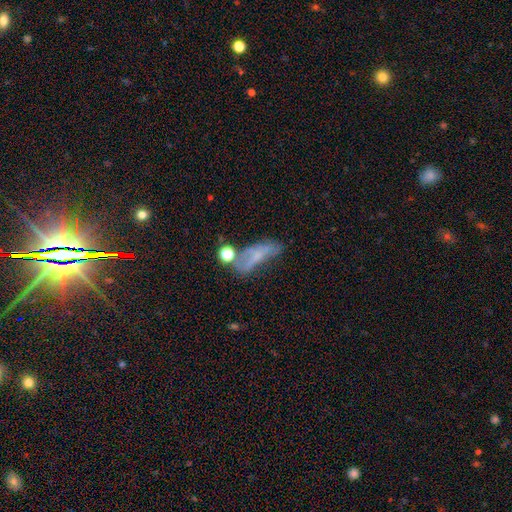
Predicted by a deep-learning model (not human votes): Smooth or featured?
  - smooth: 44% *
  - featured or disk: 39%
  - star or artifact: 17%
Merging?
  - none: 33% *
  - major disturbance: 27%
  - minor disturbance: 24%
  - merger: 16%